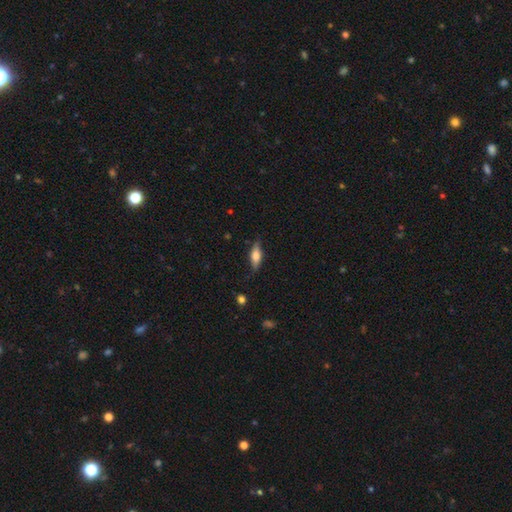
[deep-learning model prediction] Q: Smooth or featured?
A: smooth (53%); runner-up: featured or disk (41%)
Q: How rounded?
A: in between (60%); runner-up: cigar-shaped (37%)
Q: Merging?
A: none (77%); runner-up: minor disturbance (17%)